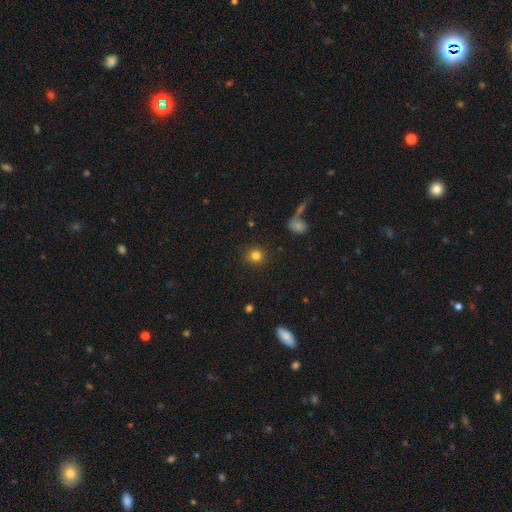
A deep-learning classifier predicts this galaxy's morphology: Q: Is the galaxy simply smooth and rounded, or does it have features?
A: smooth — 82%.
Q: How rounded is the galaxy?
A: round — 89%.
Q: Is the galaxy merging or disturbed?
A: none — 88%.